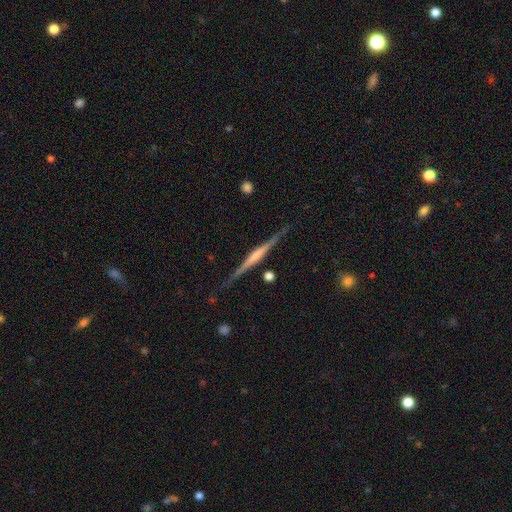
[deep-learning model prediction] Smooth or featured? Predicted: featured or disk (p=0.76). Edge-on disk? Predicted: yes (p=0.98). Edge-on bulge? Predicted: rounded (p=0.40). Merging? Predicted: none (p=0.85).